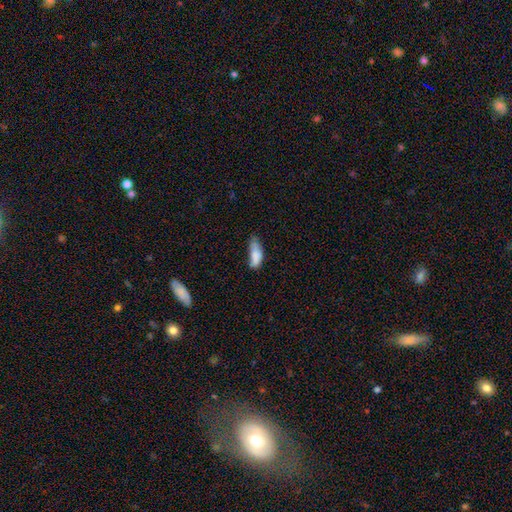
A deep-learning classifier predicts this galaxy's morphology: smooth_or_featured: smooth (p=0.81) [alt: featured or disk p=0.11]
how_rounded: in between (p=0.71) [alt: cigar-shaped p=0.26]
merging: minor disturbance (p=0.42) [alt: none p=0.36]